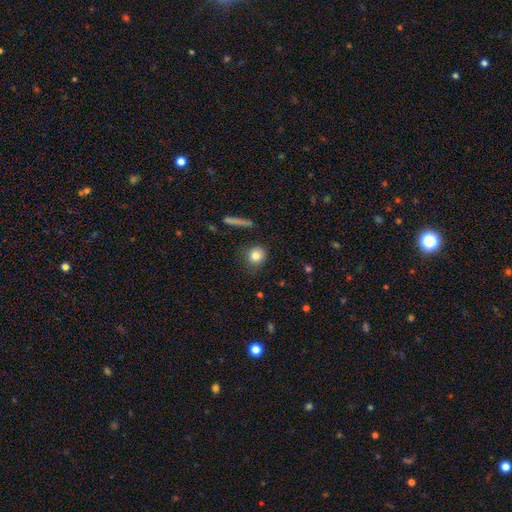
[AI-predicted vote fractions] Morphology: type=smooth (83%); roundness=round (85%); merging=none (79%).